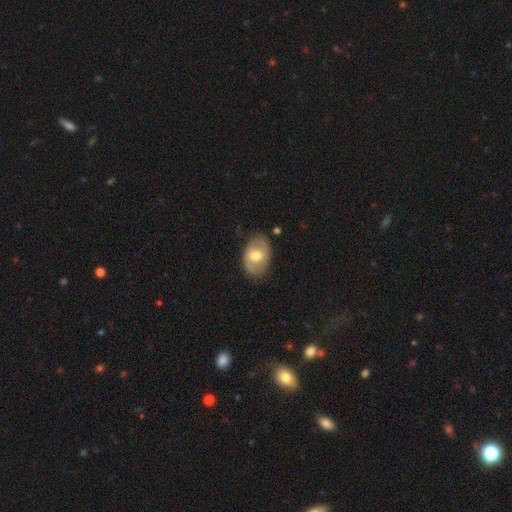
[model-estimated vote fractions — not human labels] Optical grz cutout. It shows a smooth galaxy with no disk features (54%) that is in between round and cigar-shaped (82%). Merging: none (75%).